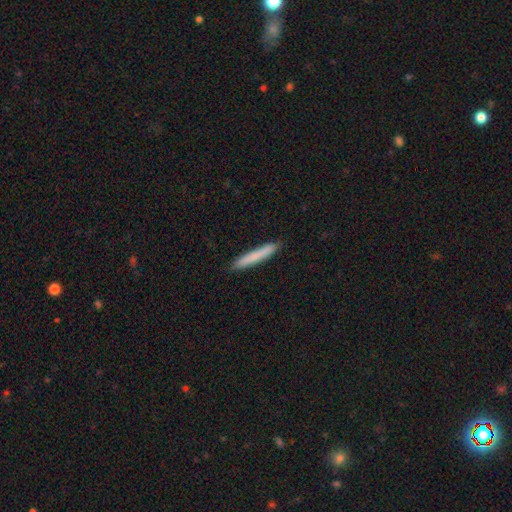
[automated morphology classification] smooth-or-featured: smooth: 79% | featured or disk: 15% | star or artifact: 6%
  how-rounded: cigar-shaped: 96% | in between: 3% | round: 1%
  merging: none: 91% | minor disturbance: 7% | major disturbance: 1% | merger: 1%